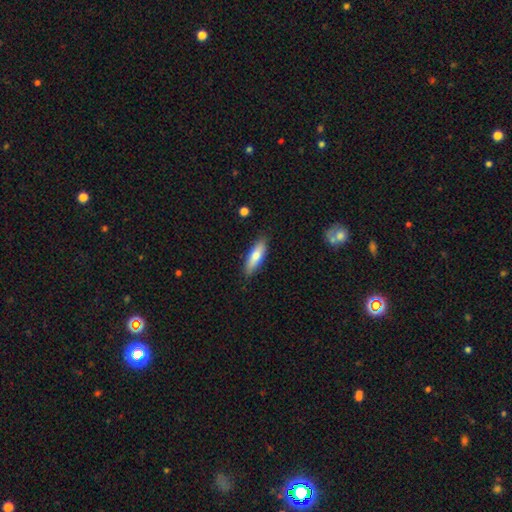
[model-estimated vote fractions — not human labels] Q: Smooth or featured?
A: smooth (74%); runner-up: featured or disk (20%)
Q: How rounded?
A: cigar-shaped (51%); runner-up: in between (47%)
Q: Merging?
A: none (86%); runner-up: minor disturbance (11%)